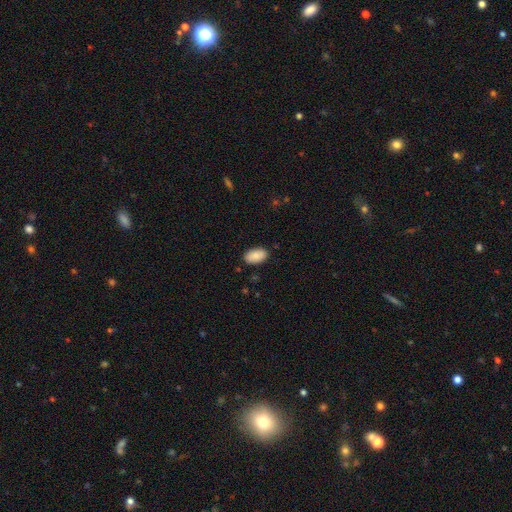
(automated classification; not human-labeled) A smooth galaxy with no disk features (88%) that is in between round and cigar-shaped (95%). Merging: none (88%).